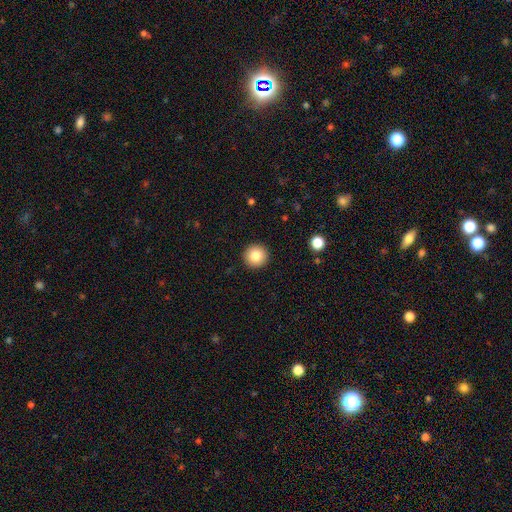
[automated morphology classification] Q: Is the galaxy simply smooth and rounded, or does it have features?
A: smooth — 82%.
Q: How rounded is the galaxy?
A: round — 96%.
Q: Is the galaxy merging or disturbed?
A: none — 93%.